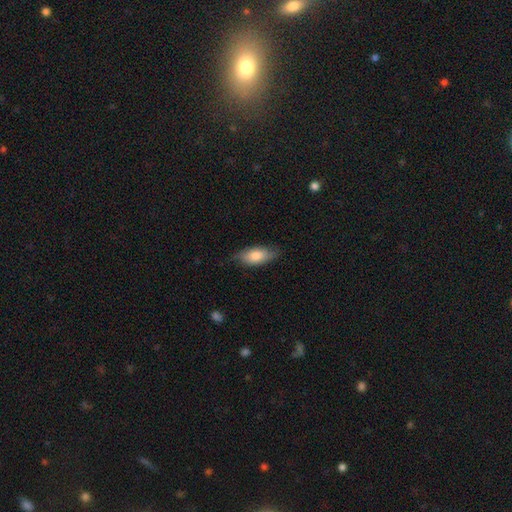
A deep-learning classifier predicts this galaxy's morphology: Smooth or featured: smooth — 76% (featured or disk — 18%)
How rounded: in between — 85% (cigar-shaped — 12%)
Merging: none — 73% (minor disturbance — 22%)